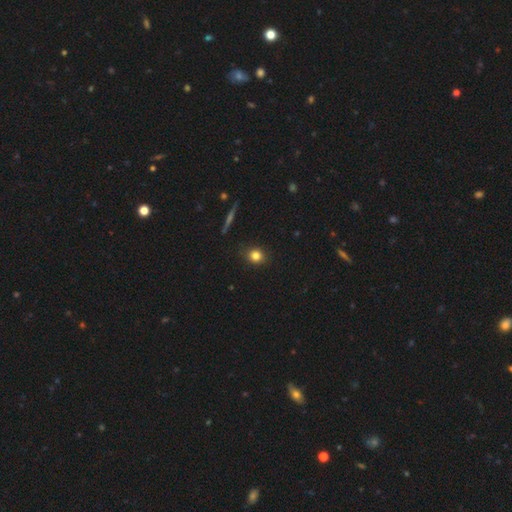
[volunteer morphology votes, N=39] Smooth or featured?
  - smooth: 79% *
  - featured or disk: 13%
  - star or artifact: 8%
How rounded?
  - round: 81% *
  - in between: 19%
  - cigar-shaped: 0%
Merging?
  - none: 92% *
  - minor disturbance: 6%
  - merger: 3%
  - major disturbance: 0%